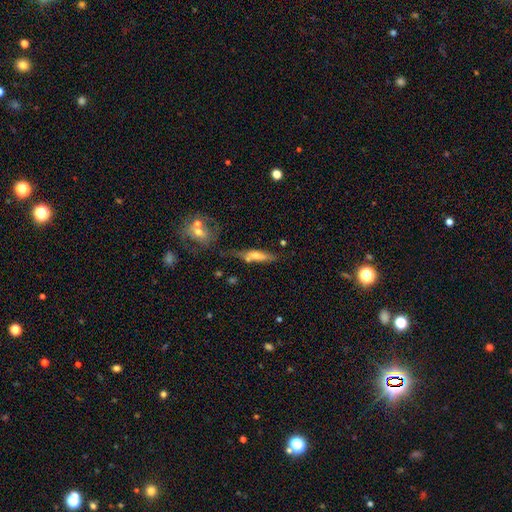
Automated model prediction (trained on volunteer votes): This is possibly a smooth galaxy (55%). How rounded: likely cigar-shaped (69%). Merging: possibly none (50%).